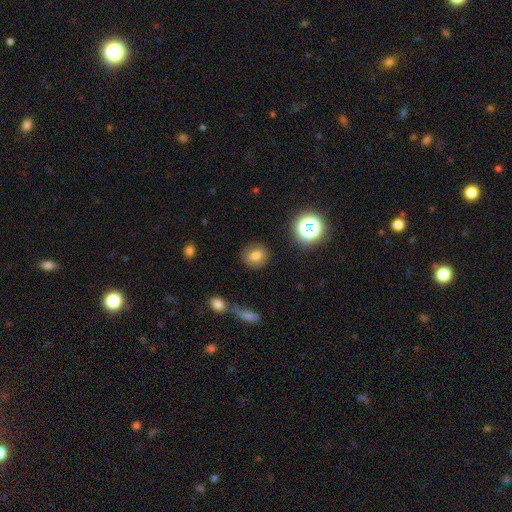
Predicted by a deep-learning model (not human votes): Smooth or featured: smooth — 68% (featured or disk — 17%)
How rounded: round — 74% (in between — 25%)
Merging: none — 83% (minor disturbance — 11%)